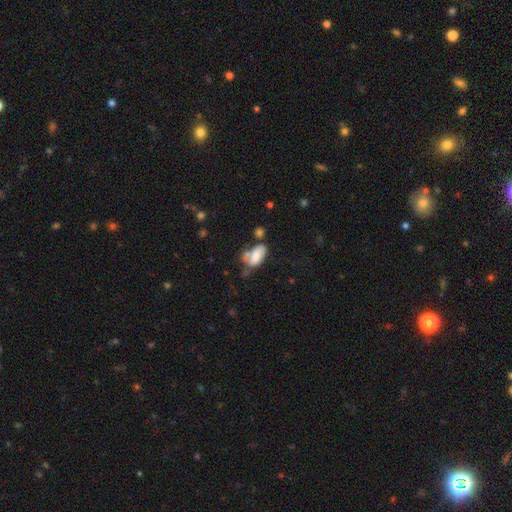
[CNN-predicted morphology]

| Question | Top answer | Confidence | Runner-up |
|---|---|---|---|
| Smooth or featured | smooth | 73% | featured or disk (19%) |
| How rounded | in between | 92% | round (4%) |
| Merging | none | 32% | merger (28%) |